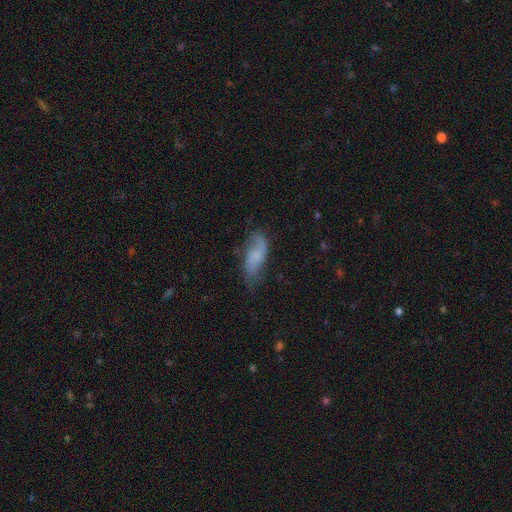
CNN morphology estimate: Smooth or featured? featured or disk (53%)
Edge-on disk? no (91%)
Merging? none (57%)